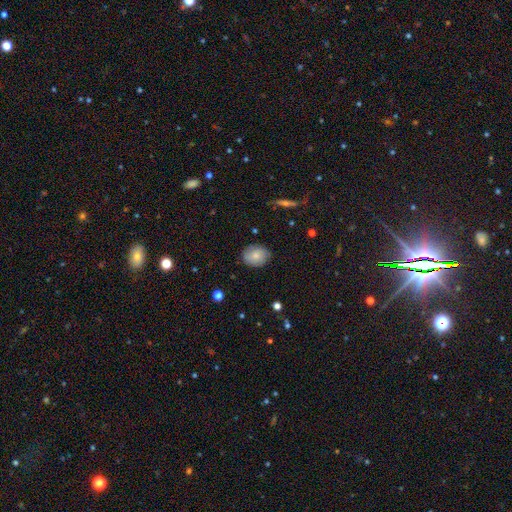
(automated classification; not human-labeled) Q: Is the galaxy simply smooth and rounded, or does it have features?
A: smooth — 72%.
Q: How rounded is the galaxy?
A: round — 56%.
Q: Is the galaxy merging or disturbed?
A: none — 82%.